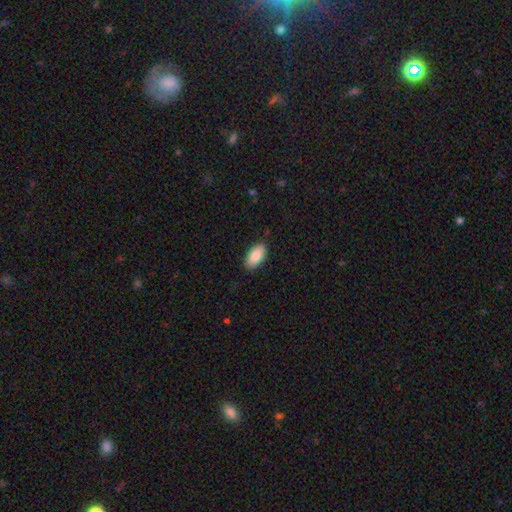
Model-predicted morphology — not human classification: A smooth galaxy with no disk features (89%) that is in between round and cigar-shaped (95%).

Vote fractions:
- Smooth or featured? smooth: 89% / star or artifact: 6% / featured or disk: 5%
- How rounded? in between: 95% / cigar-shaped: 3% / round: 2%
- Merging? none: 88% / minor disturbance: 9% / major disturbance: 2% / merger: 1%